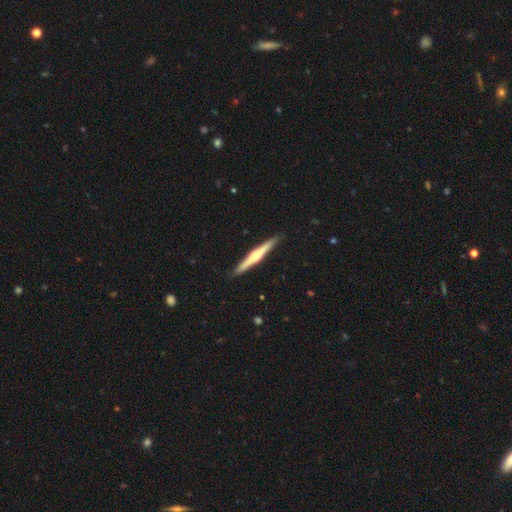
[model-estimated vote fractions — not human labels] Smooth or featured: featured or disk — 66% (smooth — 29%)
Edge-on disk: yes — 98% (no — 2%)
Edge-on bulge: rounded — 86% (none — 9%)
Merging: none — 91% (minor disturbance — 7%)